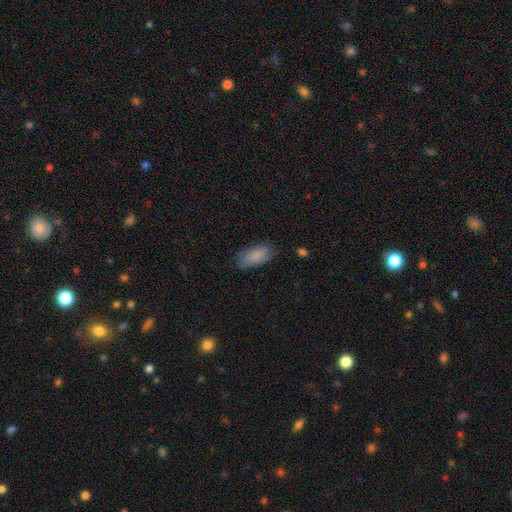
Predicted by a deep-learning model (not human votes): Q: Smooth or featured?
A: smooth (87%); runner-up: star or artifact (7%)
Q: How rounded?
A: in between (87%); runner-up: cigar-shaped (10%)
Q: Merging?
A: none (76%); runner-up: minor disturbance (18%)